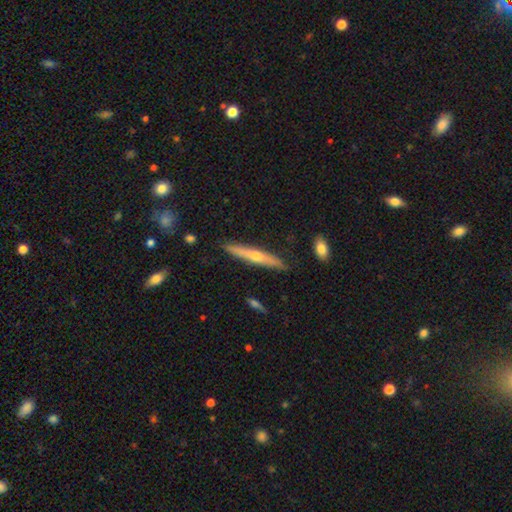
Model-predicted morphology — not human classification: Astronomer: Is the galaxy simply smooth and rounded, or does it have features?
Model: featured or disk — 62%.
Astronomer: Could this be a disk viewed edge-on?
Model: yes — 95%.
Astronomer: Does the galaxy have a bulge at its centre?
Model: rounded — 83%.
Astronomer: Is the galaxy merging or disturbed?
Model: none — 89%.